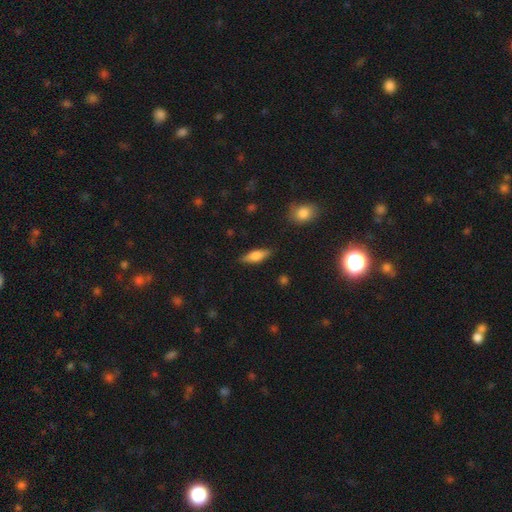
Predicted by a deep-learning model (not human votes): A smooth galaxy with no disk features (58%) that is in between round and cigar-shaped (55%). Merging: none (86%).